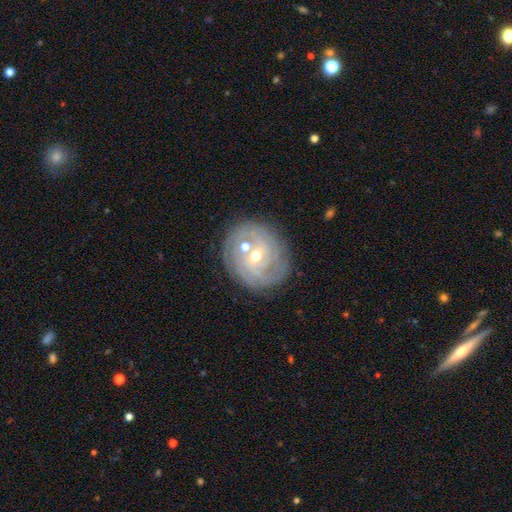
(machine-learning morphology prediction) featured or disk 78%, smooth 12%, star or artifact 9%. Down the decision tree: edge-on disk — no (97%); bar — no (45%); spiral arms — yes (93%); spiral arm count — can't tell (33%); spiral winding — tight (80%); bulge size — moderate (49%); merging — none (81%).